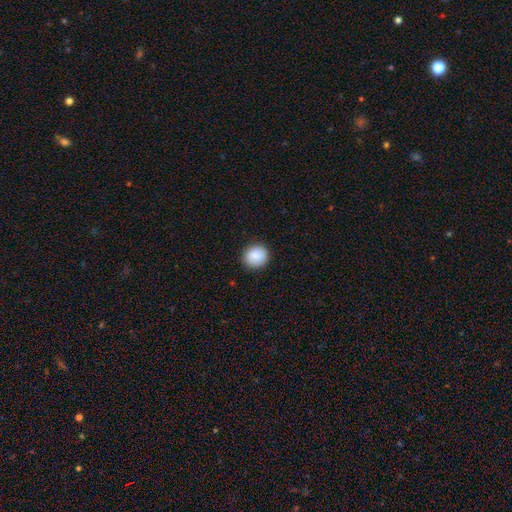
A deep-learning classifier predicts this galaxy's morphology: A smooth galaxy with no disk features (88%) that is round (83%).

Vote fractions:
- Smooth or featured? smooth: 88% / star or artifact: 7% / featured or disk: 4%
- How rounded? round: 83% / in between: 16% / cigar-shaped: 1%
- Merging? none: 89% / minor disturbance: 8% / major disturbance: 2% / merger: 1%